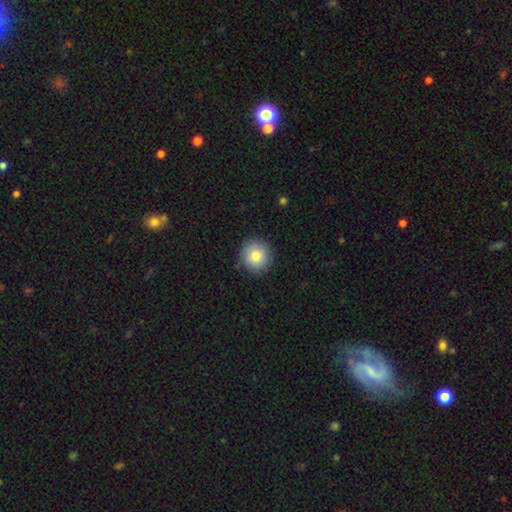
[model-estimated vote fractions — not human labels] smooth_or_featured: smooth (p=0.80) [alt: featured or disk p=0.11]
how_rounded: round (p=0.93) [alt: in between p=0.06]
merging: none (p=0.88) [alt: minor disturbance p=0.09]